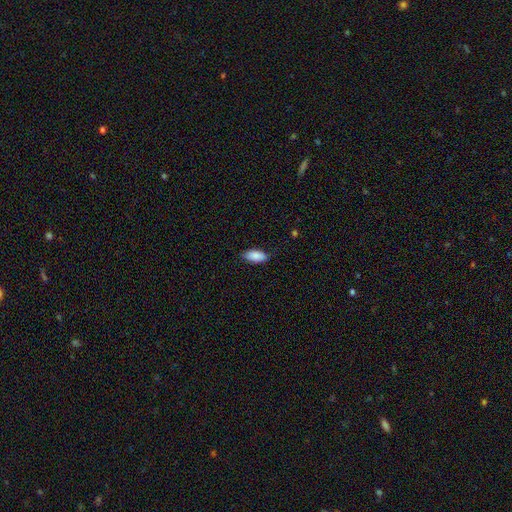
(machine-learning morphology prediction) Smooth or featured?
  - smooth: 88% *
  - star or artifact: 6%
  - featured or disk: 6%
How rounded?
  - in between: 90% *
  - cigar-shaped: 8%
  - round: 2%
Merging?
  - none: 83% *
  - minor disturbance: 13%
  - major disturbance: 2%
  - merger: 1%